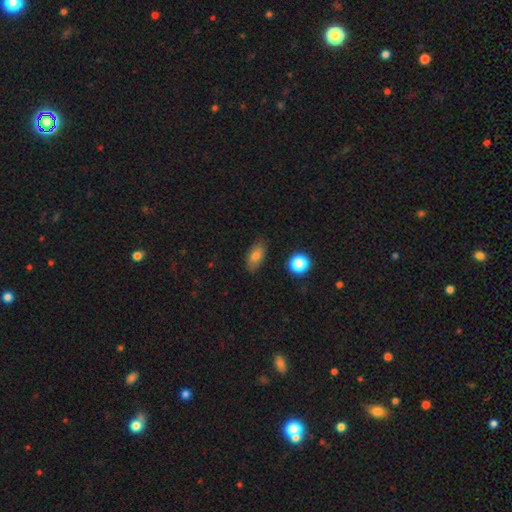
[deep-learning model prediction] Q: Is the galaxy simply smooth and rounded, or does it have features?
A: smooth — 78%.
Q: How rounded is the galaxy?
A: in between — 87%.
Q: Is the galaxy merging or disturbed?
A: none — 81%.